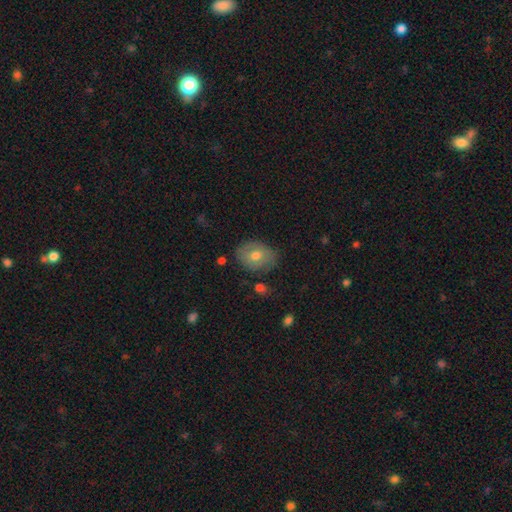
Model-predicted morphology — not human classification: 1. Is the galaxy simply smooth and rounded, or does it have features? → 61% smooth, 30% featured or disk, 9% star or artifact.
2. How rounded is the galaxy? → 66% in between, 33% round, 1% cigar-shaped.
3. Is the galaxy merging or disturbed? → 77% none, 17% minor disturbance, 4% major disturbance, 2% merger.